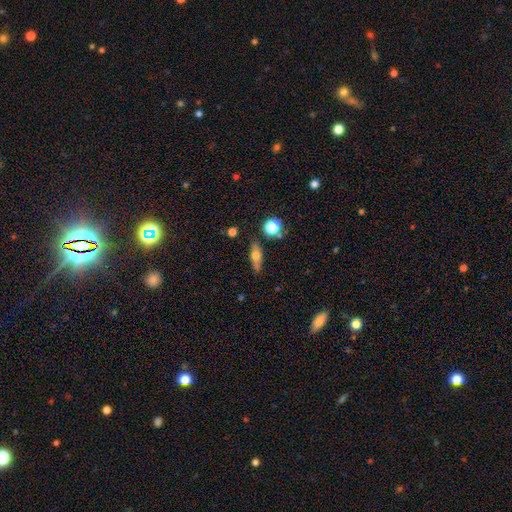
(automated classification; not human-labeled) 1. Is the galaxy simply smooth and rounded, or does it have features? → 58% smooth, 33% featured or disk, 9% star or artifact.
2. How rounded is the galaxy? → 54% in between, 37% cigar-shaped, 8% round.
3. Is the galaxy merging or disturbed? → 77% none, 15% minor disturbance, 5% merger, 4% major disturbance.